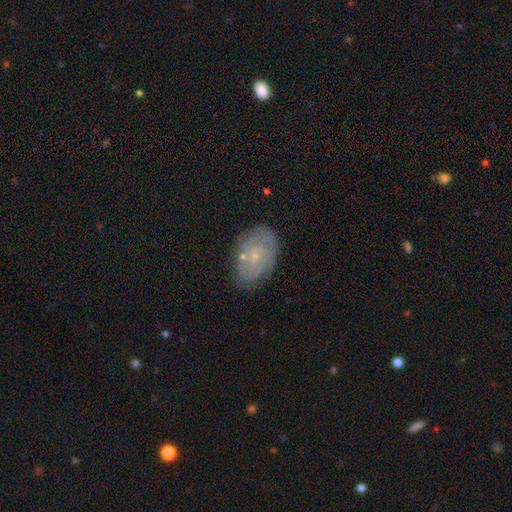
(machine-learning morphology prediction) The model was most divided on "smooth or featured": featured or disk: 66%, smooth: 26%, star or artifact: 8%. More confident: edge-on disk — no (96%); bulge size — small (78%); merging — none (77%); bar — no (76%); spiral arms — yes (75%).